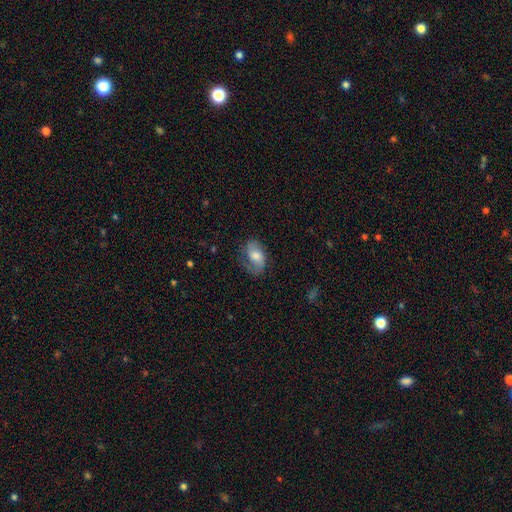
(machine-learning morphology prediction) A smooth galaxy with no disk features (53%) that is in between round and cigar-shaped (85%).

Vote fractions:
- Smooth or featured? smooth: 53% / featured or disk: 39% / star or artifact: 8%
- How rounded? in between: 85% / round: 13% / cigar-shaped: 2%
- Merging? none: 60% / minor disturbance: 26% / major disturbance: 13% / merger: 1%